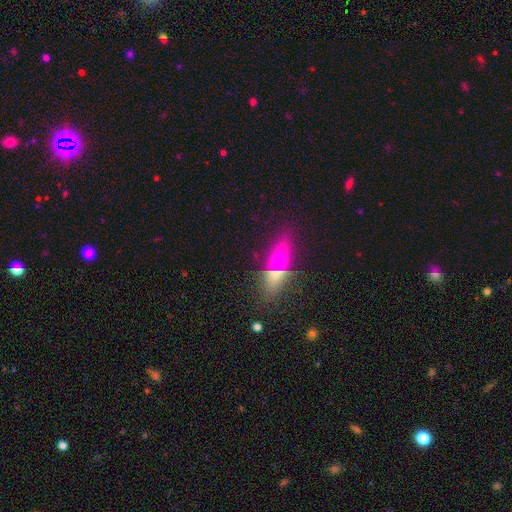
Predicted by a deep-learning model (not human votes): Morphology: type=smooth (52%); roundness=in between (55%); merging=none (71%).